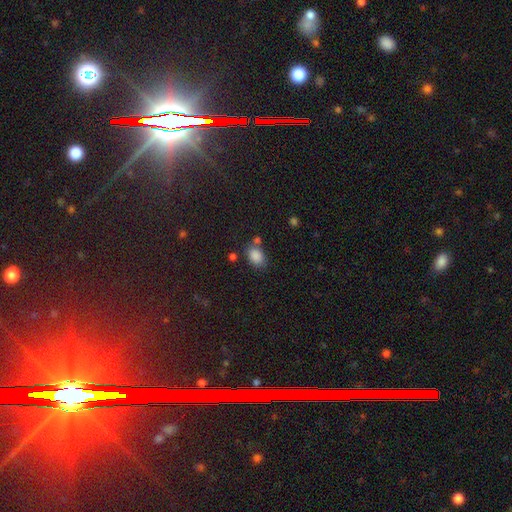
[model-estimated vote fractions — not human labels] smooth_or_featured: smooth (p=0.85) [alt: star or artifact p=0.10]
how_rounded: in between (p=0.78) [alt: round p=0.21]
merging: none (p=0.65) [alt: minor disturbance p=0.17]